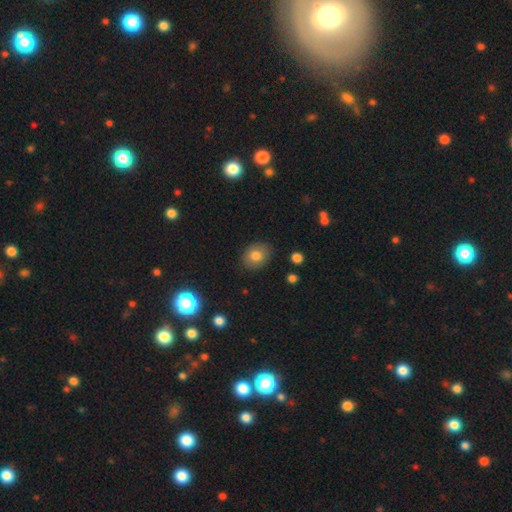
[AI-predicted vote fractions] smooth 78%, featured or disk 12%, star or artifact 10%. Down the decision tree: how rounded — in between (52%); merging — none (84%).